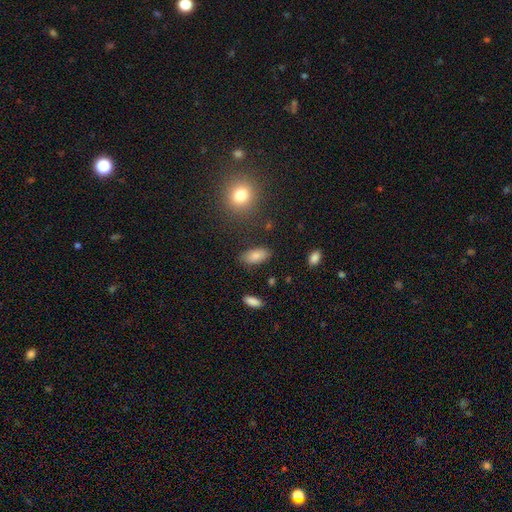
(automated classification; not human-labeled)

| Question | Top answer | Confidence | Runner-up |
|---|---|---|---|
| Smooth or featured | smooth | 82% | featured or disk (9%) |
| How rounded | in between | 90% | cigar-shaped (7%) |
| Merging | none | 83% | minor disturbance (11%) |